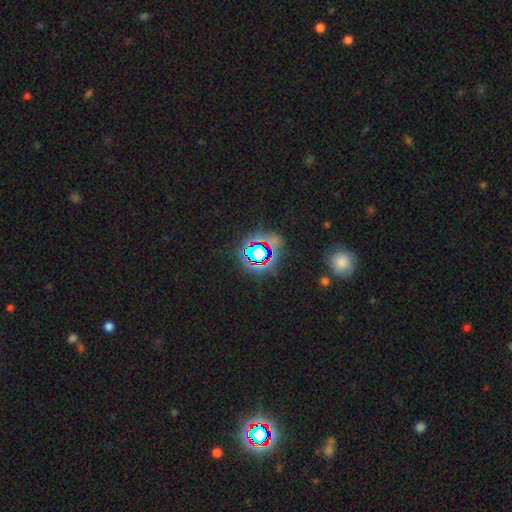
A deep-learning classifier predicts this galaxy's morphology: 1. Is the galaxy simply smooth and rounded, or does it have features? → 72% star or artifact, 18% smooth, 10% featured or disk.